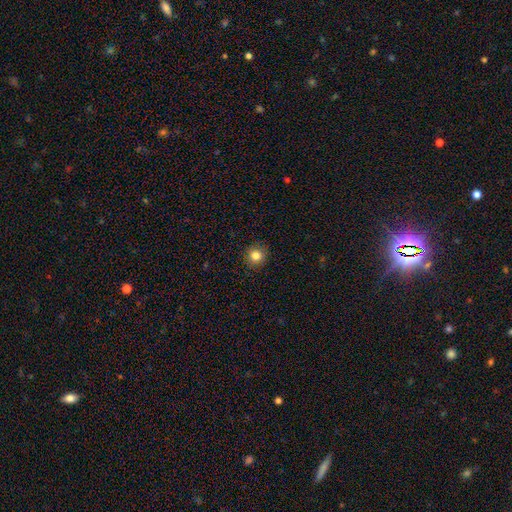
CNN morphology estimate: smooth 82%, star or artifact 11%, featured or disk 6%. Down the decision tree: how rounded — round (88%); merging — none (90%).